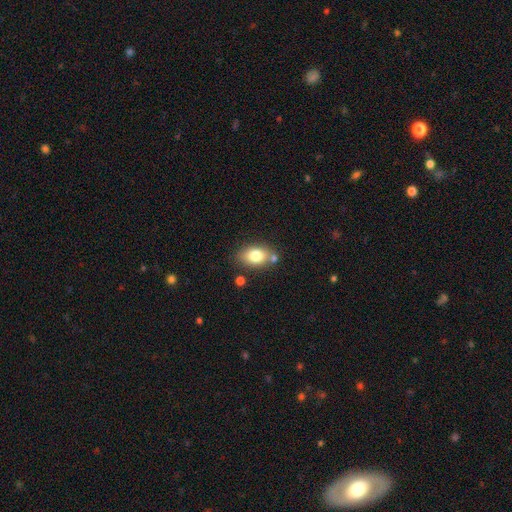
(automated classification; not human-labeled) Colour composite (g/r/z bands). It shows a smooth galaxy with no disk features (78%) that is in between round and cigar-shaped (83%). Merging: none (70%).